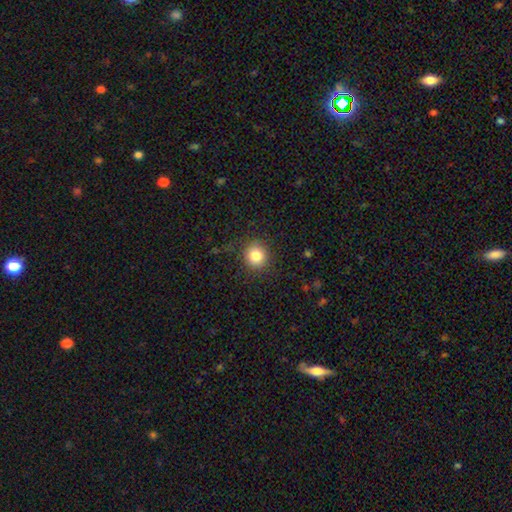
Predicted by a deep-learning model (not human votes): Smooth or featured? smooth (83%)
How rounded? round (90%)
Merging? none (88%)